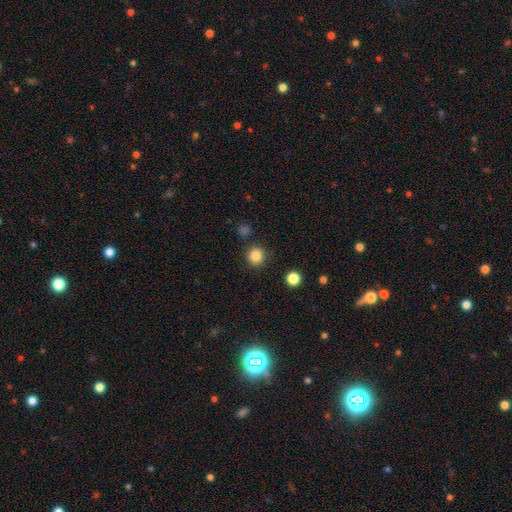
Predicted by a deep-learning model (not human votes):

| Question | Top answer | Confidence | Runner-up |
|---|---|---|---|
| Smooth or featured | smooth | 85% | star or artifact (12%) |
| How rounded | round | 94% | in between (5%) |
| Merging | none | 89% | minor disturbance (6%) |